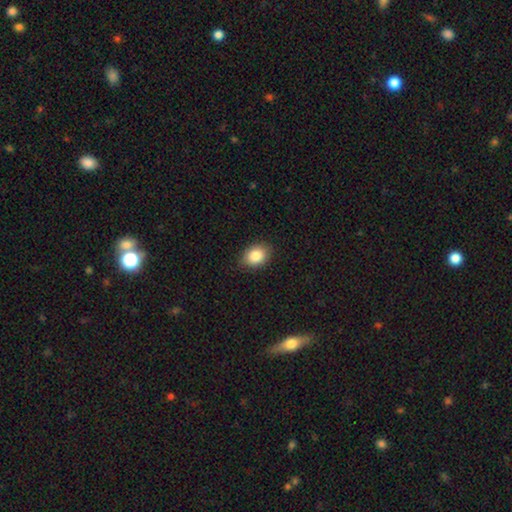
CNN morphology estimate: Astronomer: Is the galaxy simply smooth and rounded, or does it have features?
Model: smooth — 86%.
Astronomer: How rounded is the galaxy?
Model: in between — 69%.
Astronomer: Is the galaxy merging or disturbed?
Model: none — 87%.